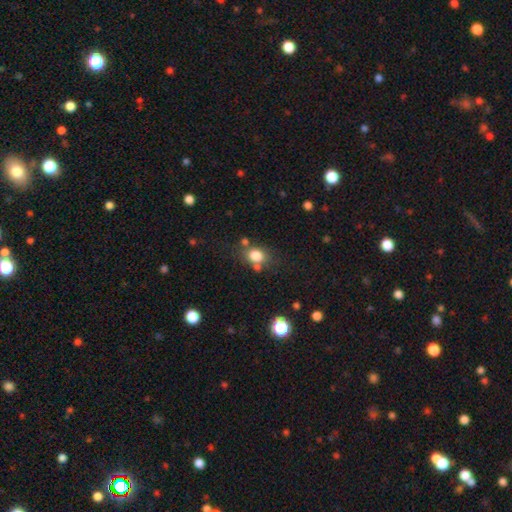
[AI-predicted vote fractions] A smooth galaxy with no disk features (80%) that is round (57%). Merging: none (63%).